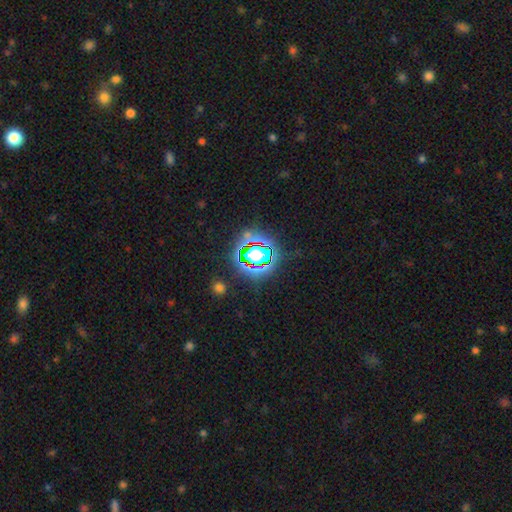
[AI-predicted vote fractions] A star or artifact, not a galaxy (74%).